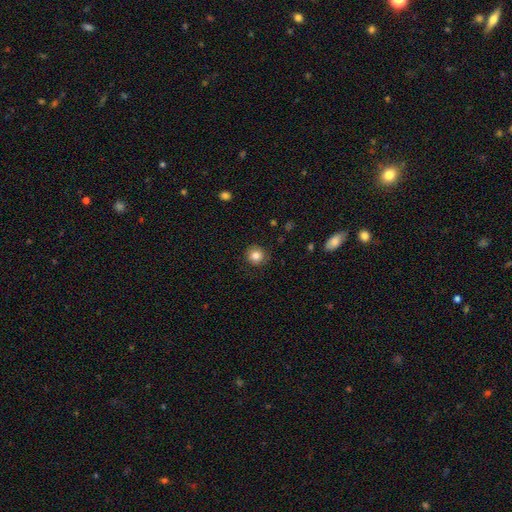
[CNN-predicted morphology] Overall: smooth (84%). How rounded: round (93%). Merging: none (89%).